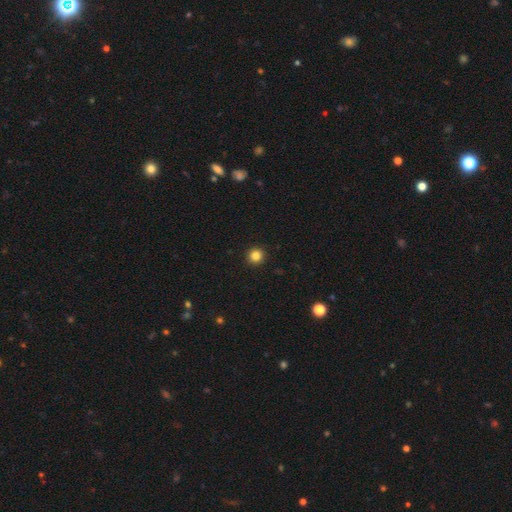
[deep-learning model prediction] smooth 84%, star or artifact 12%, featured or disk 4%. Down the decision tree: how rounded — round (95%); merging — none (93%).